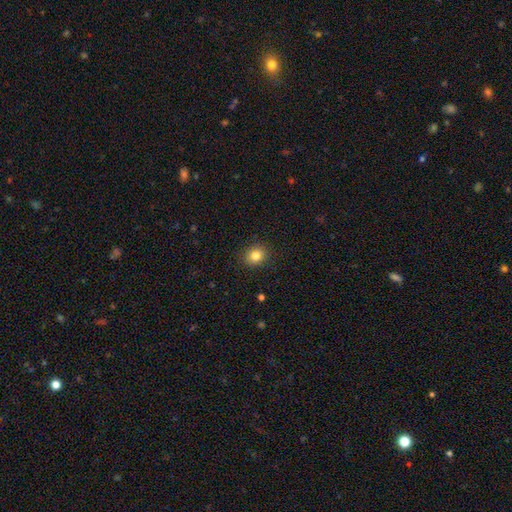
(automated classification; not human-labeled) A smooth galaxy with no disk features (82%) that is round (68%). Merging: none (90%).